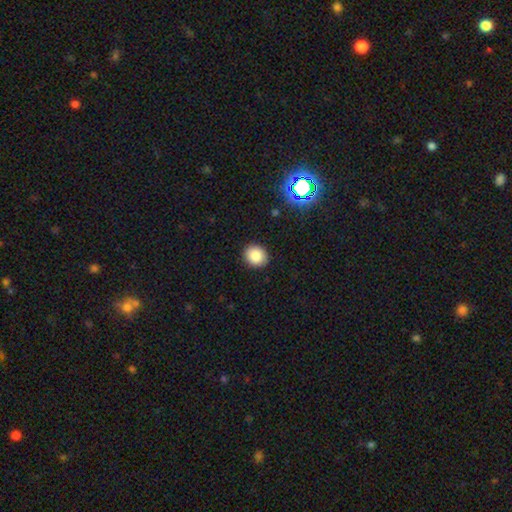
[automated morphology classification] The model was most divided on "how rounded": round: 76%, in between: 23%, cigar-shaped: 1%. More confident: merging — none (90%); smooth or featured — smooth (85%).